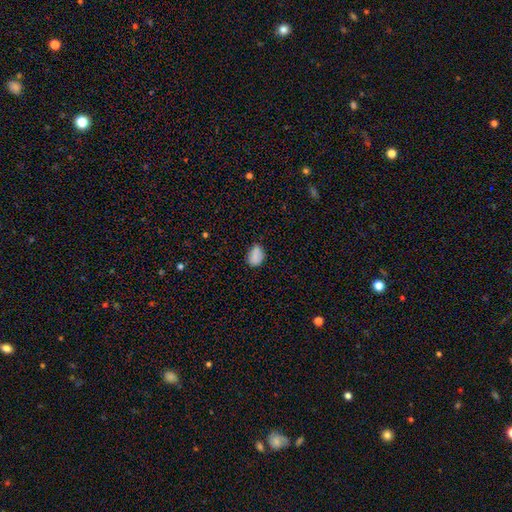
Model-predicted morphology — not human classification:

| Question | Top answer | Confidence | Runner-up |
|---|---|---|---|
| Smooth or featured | smooth | 84% | star or artifact (10%) |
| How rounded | in between | 76% | round (22%) |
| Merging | none | 68% | minor disturbance (24%) |